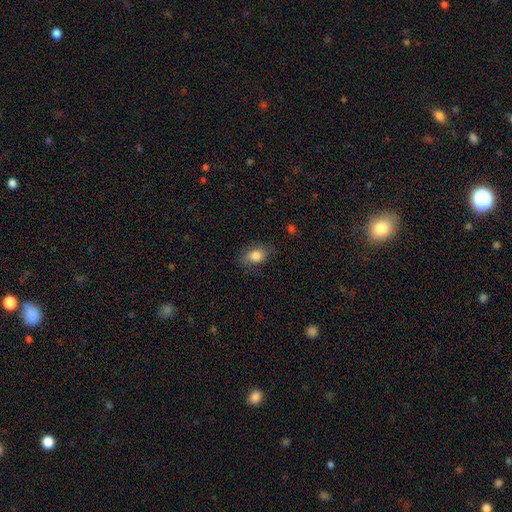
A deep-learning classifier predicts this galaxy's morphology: The model was most divided on "merging": none: 74%, minor disturbance: 19%, major disturbance: 6%, merger: 1%. More confident: how rounded — in between (84%); smooth or featured — smooth (79%).